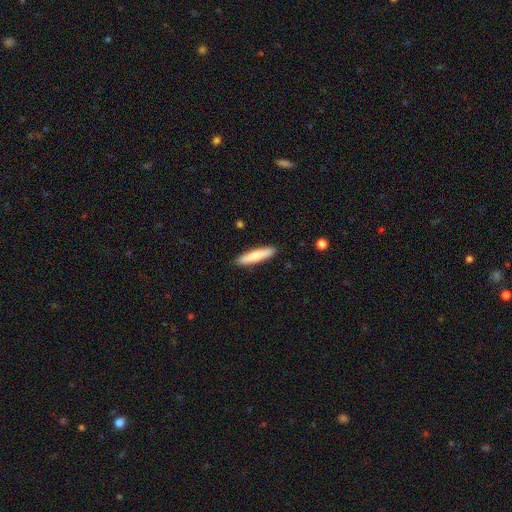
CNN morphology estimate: A smooth galaxy with no disk features (79%) that is cigar-shaped (86%).

Vote fractions:
- Smooth or featured? smooth: 79% / featured or disk: 15% / star or artifact: 5%
- How rounded? cigar-shaped: 86% / in between: 12% / round: 1%
- Merging? none: 90% / minor disturbance: 8% / major disturbance: 2% / merger: 1%